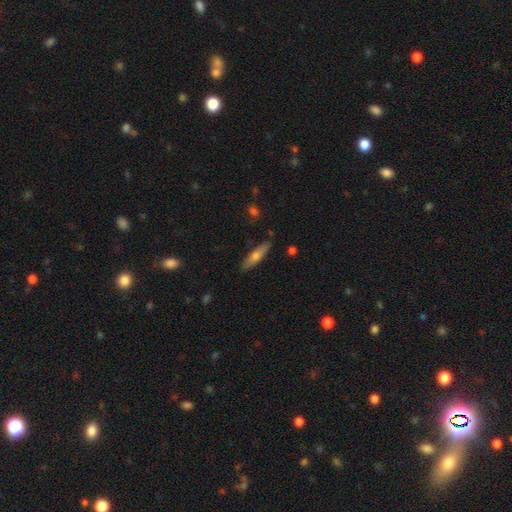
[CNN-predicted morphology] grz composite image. It shows a smooth galaxy with no disk features (60%) that is cigar-shaped (76%). Merging: none (87%).